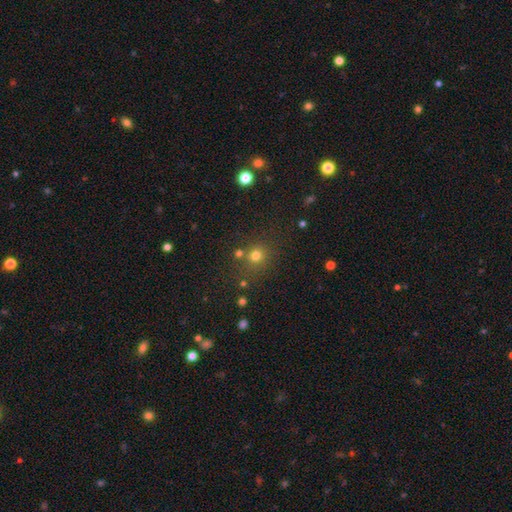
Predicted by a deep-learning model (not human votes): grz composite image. It shows a smooth galaxy with no disk features (73%) that is round (86%). Merging: none (72%).